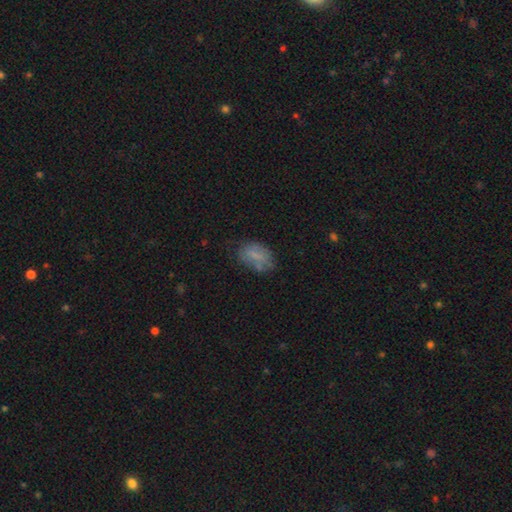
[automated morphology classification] smooth_or_featured: smooth (p=0.67) [alt: featured or disk p=0.23]
how_rounded: in between (p=0.87) [alt: round p=0.11]
merging: none (p=0.58) [alt: minor disturbance p=0.27]